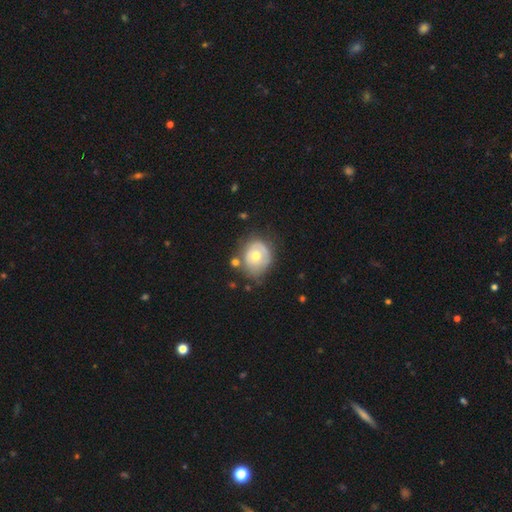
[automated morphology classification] type=smooth (48%); merging=none (50%).